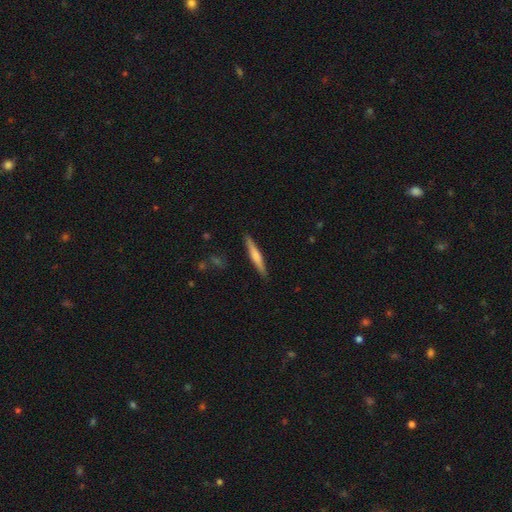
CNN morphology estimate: A smooth galaxy with no disk features (53%) that is cigar-shaped (93%). Merging: none (91%).